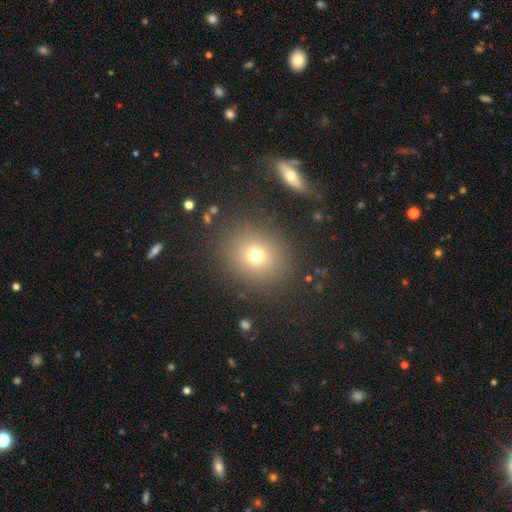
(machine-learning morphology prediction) Smooth or featured? smooth (71%)
How rounded? round (73%)
Merging? none (85%)